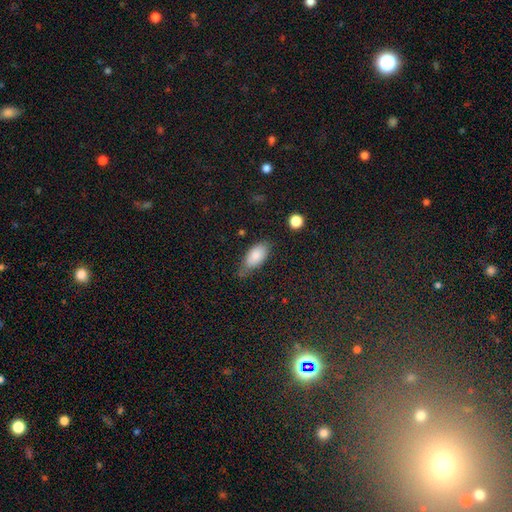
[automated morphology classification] Smooth or featured?
  - smooth: 81% *
  - featured or disk: 12%
  - star or artifact: 8%
How rounded?
  - in between: 90% *
  - cigar-shaped: 6%
  - round: 4%
Merging?
  - none: 58% *
  - minor disturbance: 31%
  - major disturbance: 7%
  - merger: 4%